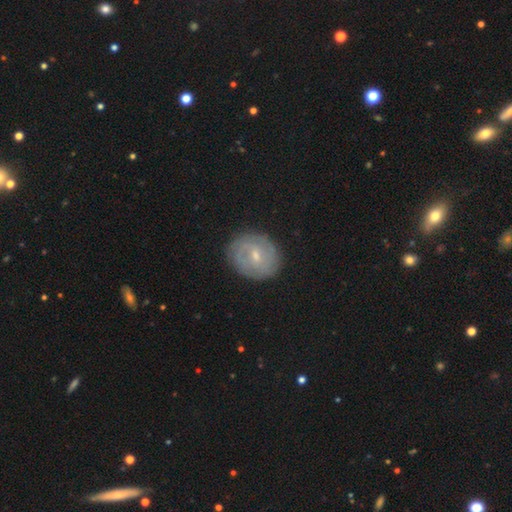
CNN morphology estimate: Smooth or featured? featured or disk (64%)
Edge-on disk? no (97%)
Bar? weak (56%)
Spiral arms? yes (78%)
Bulge size? small (58%)
Merging? none (84%)